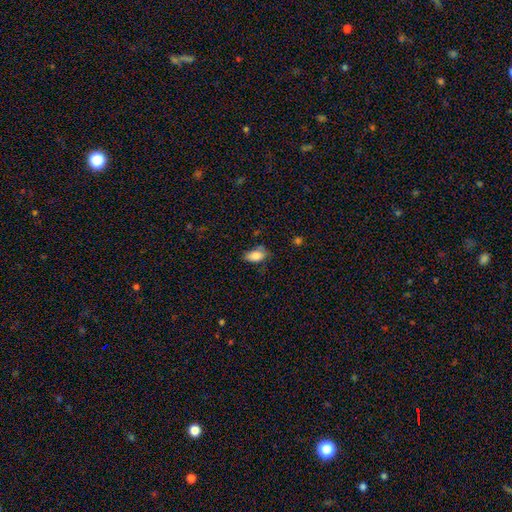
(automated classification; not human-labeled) A smooth galaxy with no disk features (85%) that is in between round and cigar-shaped (90%).

Vote fractions:
- Smooth or featured? smooth: 85% / star or artifact: 8% / featured or disk: 7%
- How rounded? in between: 90% / round: 7% / cigar-shaped: 3%
- Merging? none: 61% / minor disturbance: 28% / major disturbance: 7% / merger: 4%